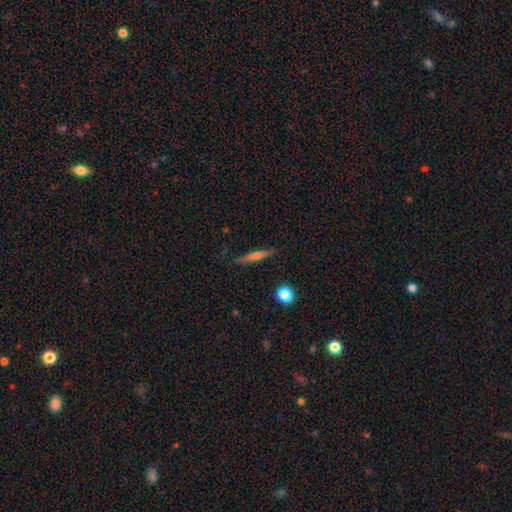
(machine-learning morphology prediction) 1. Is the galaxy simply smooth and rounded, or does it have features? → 49% featured or disk, 43% smooth, 8% star or artifact.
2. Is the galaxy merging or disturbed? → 87% none, 9% minor disturbance, 2% major disturbance, 1% merger.